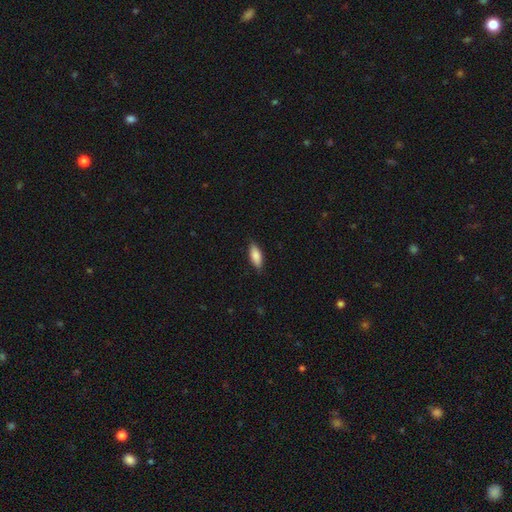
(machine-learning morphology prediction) smooth 84%, featured or disk 10%, star or artifact 6%. Down the decision tree: how rounded — in between (74%); merging — none (84%).